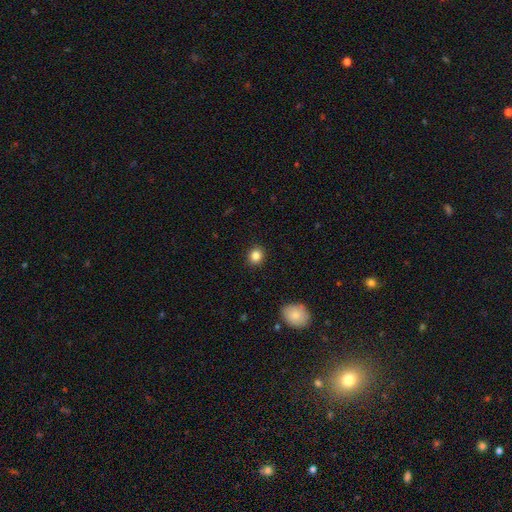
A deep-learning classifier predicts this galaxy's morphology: A smooth galaxy with no disk features (85%) that is round (79%).

Vote fractions:
- Smooth or featured? smooth: 85% / star or artifact: 11% / featured or disk: 5%
- How rounded? round: 79% / in between: 20% / cigar-shaped: 1%
- Merging? none: 91% / minor disturbance: 6% / major disturbance: 2% / merger: 1%